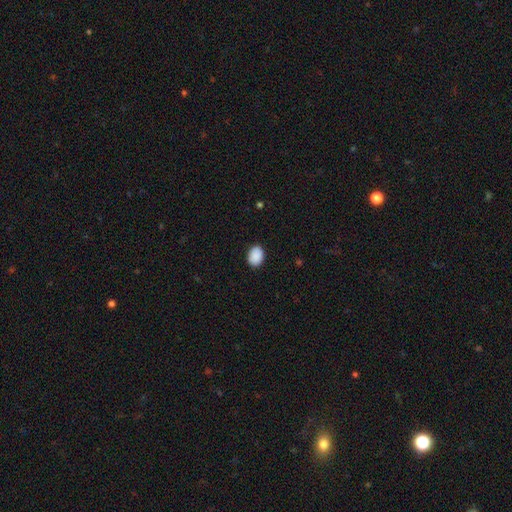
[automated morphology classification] smooth 90%, star or artifact 7%, featured or disk 3%. Down the decision tree: how rounded — in between (70%); merging — none (87%).